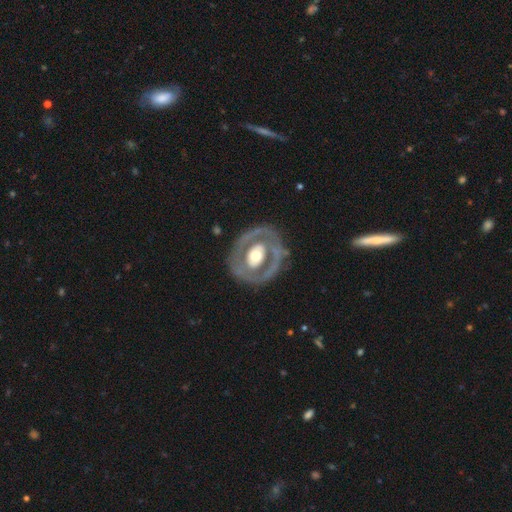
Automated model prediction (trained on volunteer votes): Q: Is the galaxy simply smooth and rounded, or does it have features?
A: featured or disk — 69%.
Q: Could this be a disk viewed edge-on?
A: no — 95%.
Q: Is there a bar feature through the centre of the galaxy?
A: no — 74%.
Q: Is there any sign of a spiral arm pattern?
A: no — 72%.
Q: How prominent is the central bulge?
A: moderate — 59%.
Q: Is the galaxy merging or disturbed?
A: none — 71%.